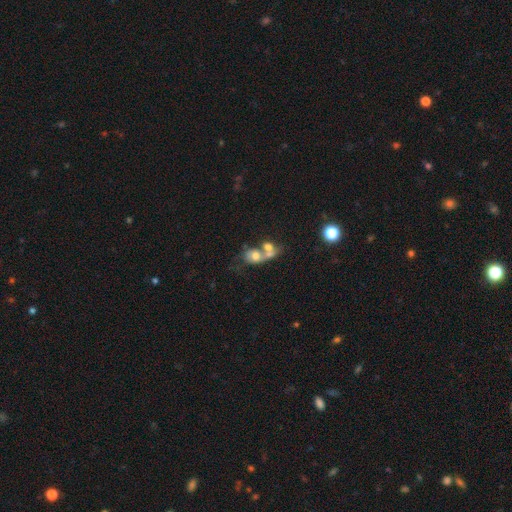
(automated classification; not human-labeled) Overall: smooth (48%; featured or disk 38%). Merging: merger (68%).